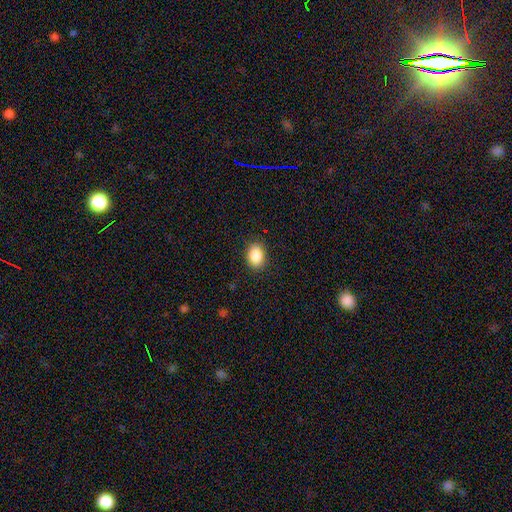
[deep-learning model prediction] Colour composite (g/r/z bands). It shows a smooth galaxy with no disk features (88%) that is in between round and cigar-shaped (68%). Merging: none (87%).